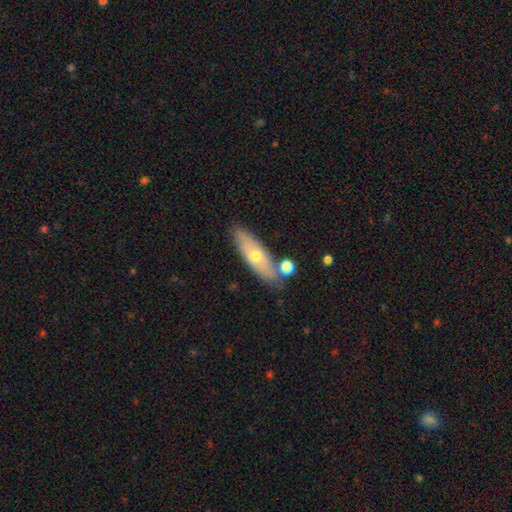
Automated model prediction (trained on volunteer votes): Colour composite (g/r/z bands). It shows a smooth galaxy with no disk features (54%) that is cigar-shaped (53%). Merging: none (76%).